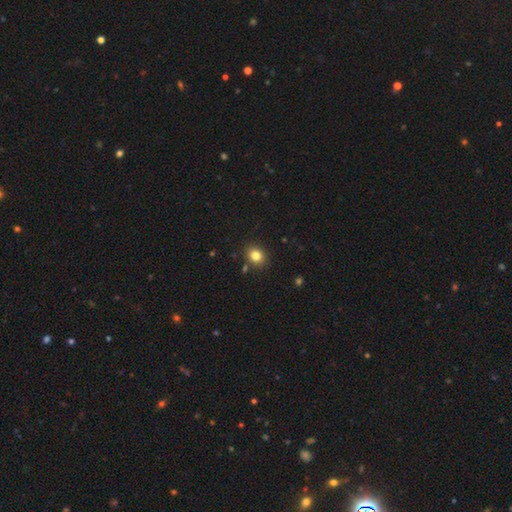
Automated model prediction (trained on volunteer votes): A smooth galaxy with no disk features (82%) that is round (66%).

Vote fractions:
- Smooth or featured? smooth: 82% / star or artifact: 12% / featured or disk: 6%
- How rounded? round: 66% / in between: 33% / cigar-shaped: 1%
- Merging? none: 86% / minor disturbance: 8% / merger: 3% / major disturbance: 2%